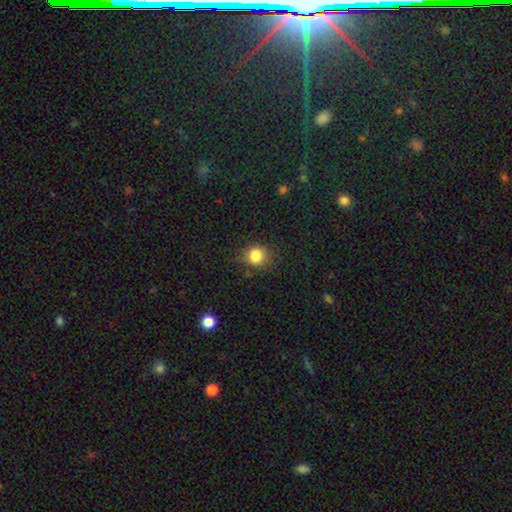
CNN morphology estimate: A smooth galaxy with no disk features (83%) that is round (68%).

Vote fractions:
- Smooth or featured? smooth: 83% / star or artifact: 11% / featured or disk: 5%
- How rounded? round: 68% / in between: 31% / cigar-shaped: 1%
- Merging? none: 74% / minor disturbance: 18% / major disturbance: 6% / merger: 2%